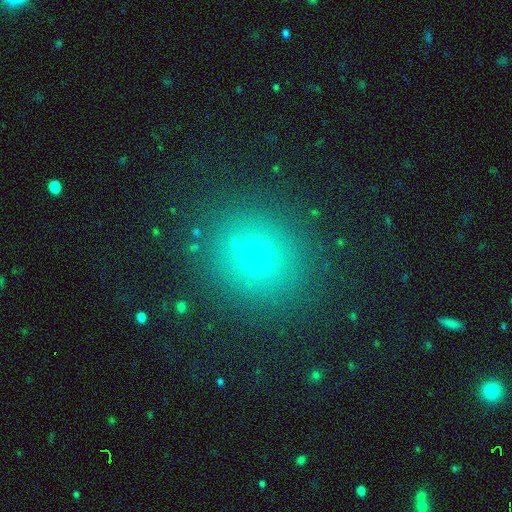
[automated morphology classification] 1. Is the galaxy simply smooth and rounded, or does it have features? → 61% smooth, 25% star or artifact, 15% featured or disk.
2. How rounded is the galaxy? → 79% round, 20% in between, 1% cigar-shaped.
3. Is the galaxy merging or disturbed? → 83% none, 10% minor disturbance, 4% merger, 4% major disturbance.